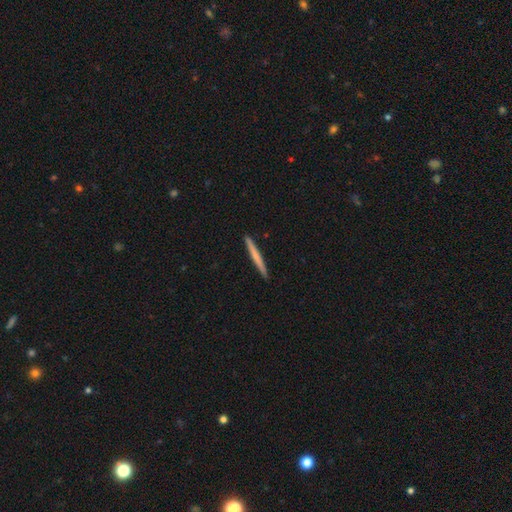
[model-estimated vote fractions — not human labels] This appears to be a smooth galaxy with no disk features (58%) that is cigar-shaped (97%). Merging: none (93%).